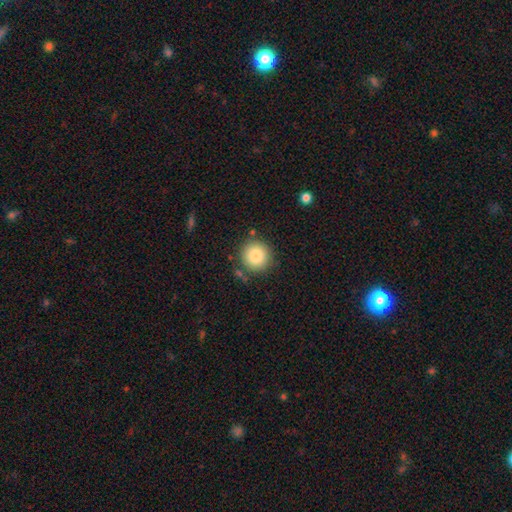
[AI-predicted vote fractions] smooth_or_featured: smooth (p=0.85) [alt: star or artifact p=0.09]
how_rounded: round (p=0.94) [alt: in between p=0.05]
merging: none (p=0.83) [alt: minor disturbance p=0.10]